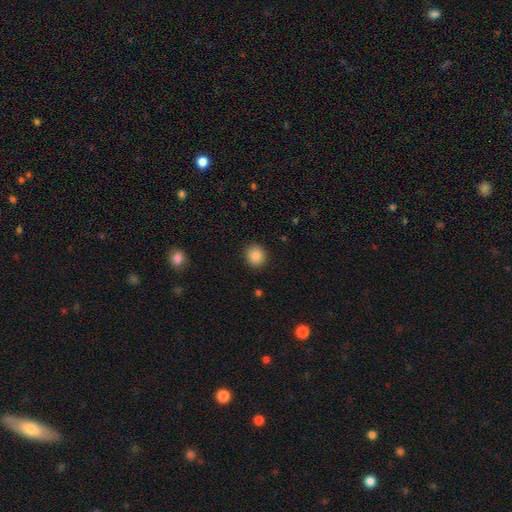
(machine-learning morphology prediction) smooth-or-featured: smooth: 87% | star or artifact: 9% | featured or disk: 4%
  how-rounded: round: 85% | in between: 14% | cigar-shaped: 1%
  merging: none: 91% | minor disturbance: 6% | major disturbance: 2% | merger: 1%